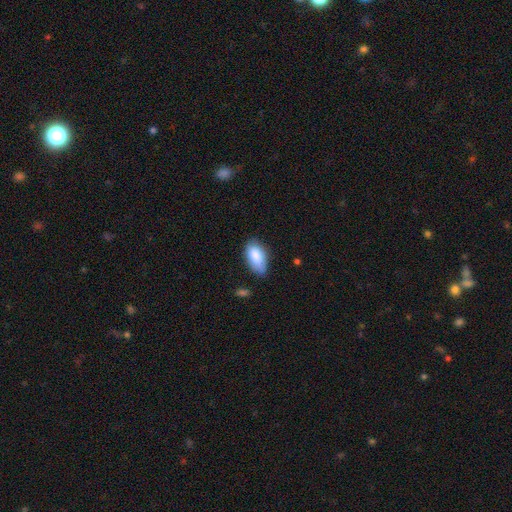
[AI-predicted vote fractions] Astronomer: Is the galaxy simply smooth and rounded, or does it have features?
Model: smooth — 84%.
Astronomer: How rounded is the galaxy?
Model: in between — 93%.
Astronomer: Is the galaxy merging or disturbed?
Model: none — 66%.